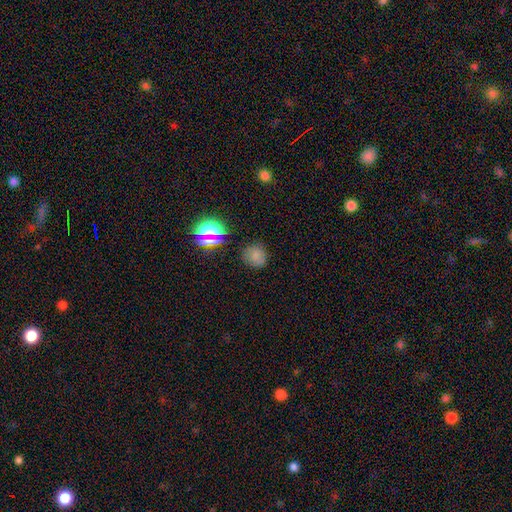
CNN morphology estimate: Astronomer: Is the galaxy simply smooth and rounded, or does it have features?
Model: smooth — 70%.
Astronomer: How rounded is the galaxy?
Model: round — 83%.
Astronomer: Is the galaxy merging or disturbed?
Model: none — 82%.